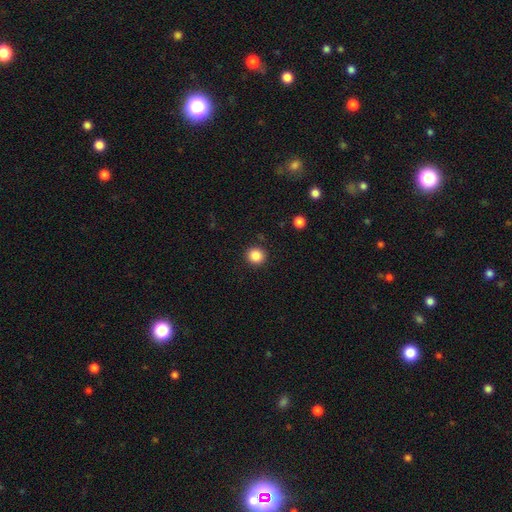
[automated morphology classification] This appears to be a smooth galaxy with no disk features (87%) that is round (92%). Merging: none (91%).